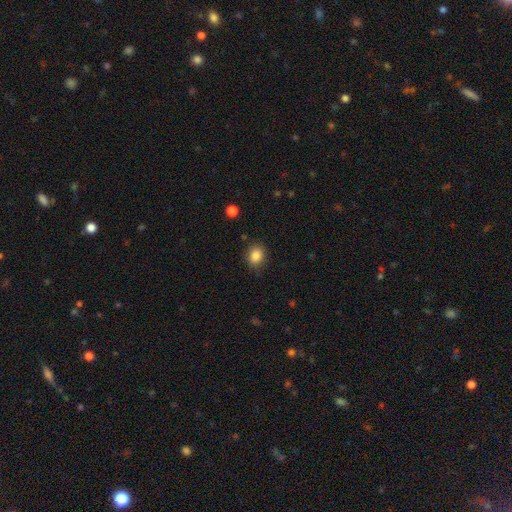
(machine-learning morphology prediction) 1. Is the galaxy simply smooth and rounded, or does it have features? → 86% smooth, 10% star or artifact, 5% featured or disk.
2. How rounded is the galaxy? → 56% round, 43% in between, 1% cigar-shaped.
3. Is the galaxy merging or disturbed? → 82% none, 13% minor disturbance, 3% major disturbance, 2% merger.